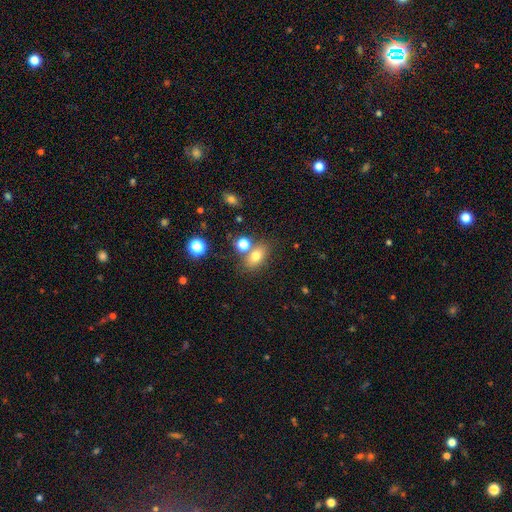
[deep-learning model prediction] smooth_or_featured: smooth (p=0.74) [alt: star or artifact p=0.13]
how_rounded: in between (p=0.77) [alt: round p=0.20]
merging: none (p=0.64) [alt: merger p=0.19]